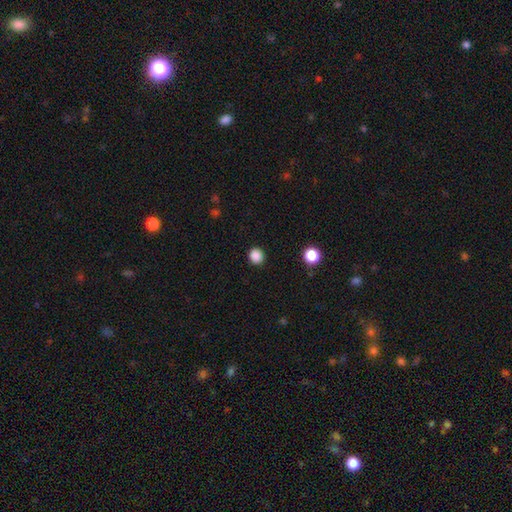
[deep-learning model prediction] smooth-or-featured: smooth: 87% | star or artifact: 11% | featured or disk: 2%
  how-rounded: round: 88% | in between: 11% | cigar-shaped: 1%
  merging: none: 92% | minor disturbance: 5% | major disturbance: 2% | merger: 1%